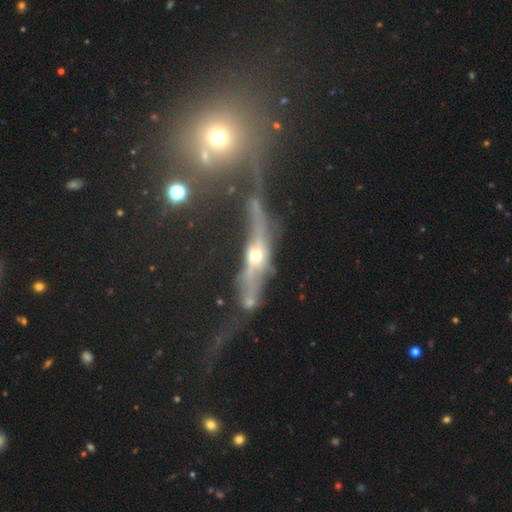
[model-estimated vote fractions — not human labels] A featured or disk galaxy (72%) viewed edge-on (60%).

Vote fractions:
- Smooth or featured? featured or disk: 72% / smooth: 15% / star or artifact: 13%
- Edge-on disk? yes: 60% / no: 40%
- Merging? major disturbance: 29% (tied) / none: 29% (tied) / merger: 27% / minor disturbance: 16%